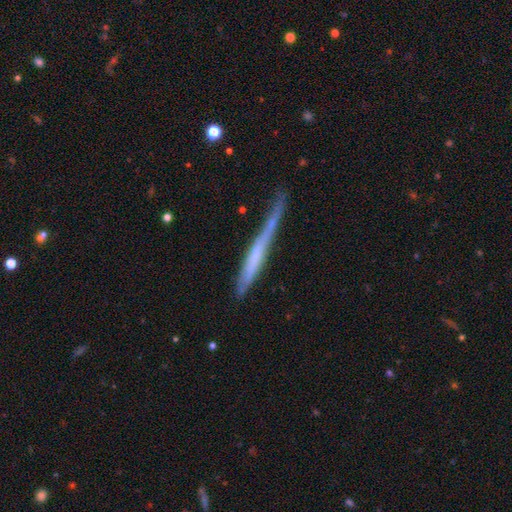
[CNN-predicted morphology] This is possibly a featured or disk galaxy (50%). It is clearly viewed edge-on (92%). Merging: possibly none (54%).